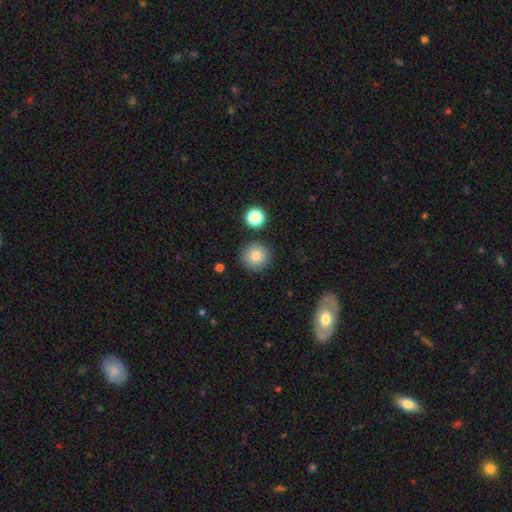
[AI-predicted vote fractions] smooth 83%, star or artifact 10%, featured or disk 7%. Down the decision tree: how rounded — round (94%); merging — none (86%).